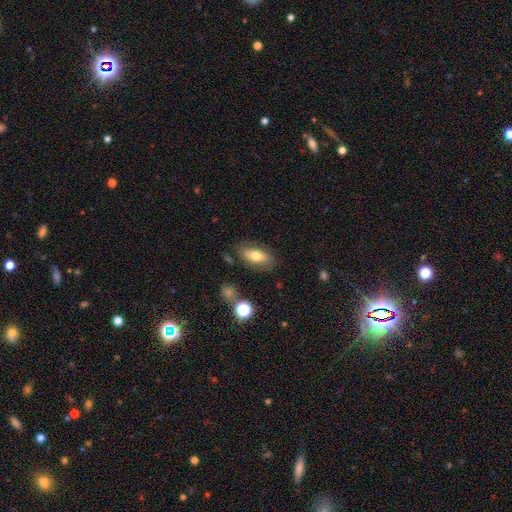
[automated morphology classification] type=smooth (64%); roundness=in between (89%); merging=none (78%).